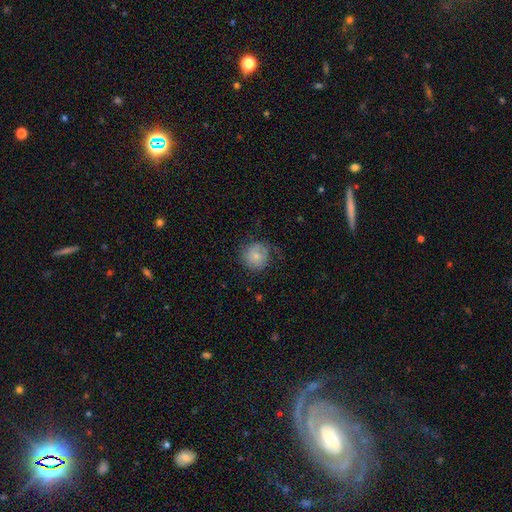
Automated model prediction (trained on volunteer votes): Overall: smooth (74%). How rounded: round (91%). Merging: none (67%).